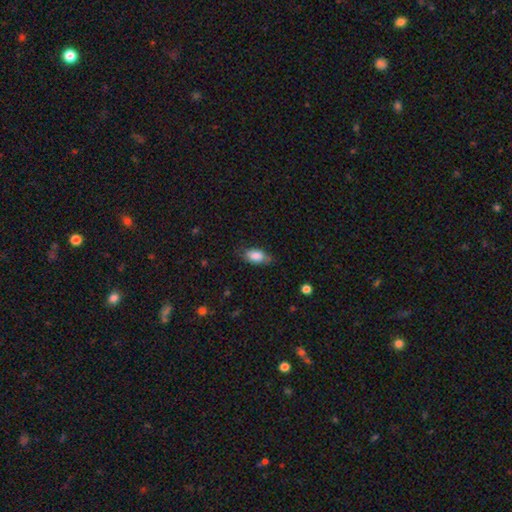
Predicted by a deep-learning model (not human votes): This appears to be a smooth galaxy with no disk features (82%) that is in between round and cigar-shaped (90%). Merging: none (69%).